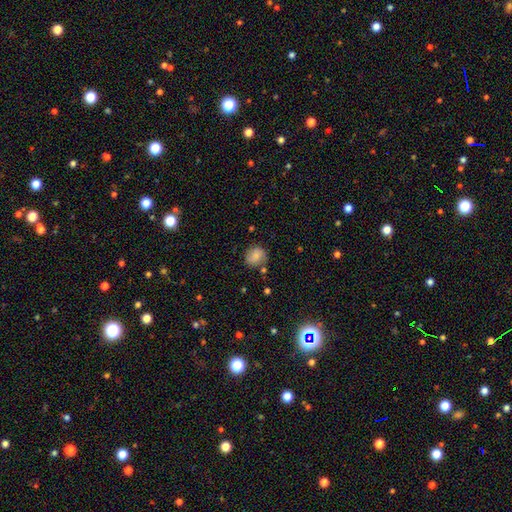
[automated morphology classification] Smooth or featured?
  - smooth: 74% *
  - featured or disk: 16%
  - star or artifact: 10%
How rounded?
  - round: 81% *
  - in between: 18%
  - cigar-shaped: 1%
Merging?
  - none: 75% *
  - minor disturbance: 17%
  - major disturbance: 4%
  - merger: 4%